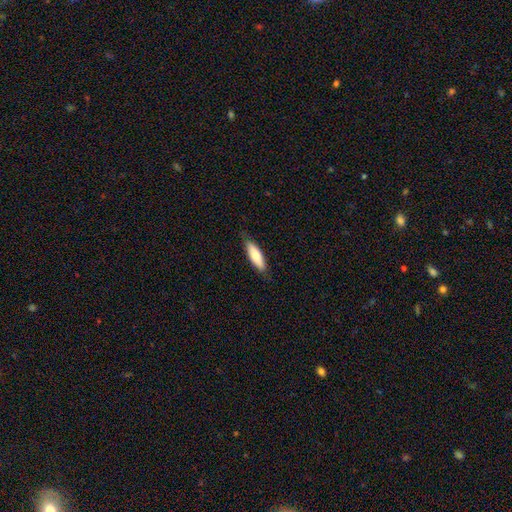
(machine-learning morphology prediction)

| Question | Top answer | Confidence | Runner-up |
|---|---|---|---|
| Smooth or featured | smooth | 76% | featured or disk (19%) |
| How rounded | cigar-shaped | 51% | in between (48%) |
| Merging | none | 83% | minor disturbance (14%) |